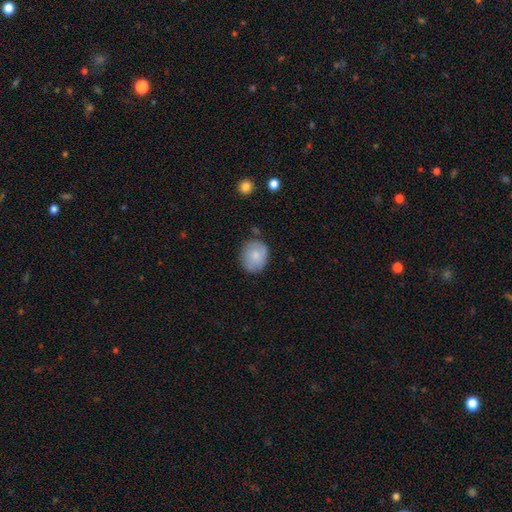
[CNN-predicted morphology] Smooth or featured? Predicted: smooth (p=0.72). How rounded? Predicted: round (p=0.70). Merging? Predicted: none (p=0.73).